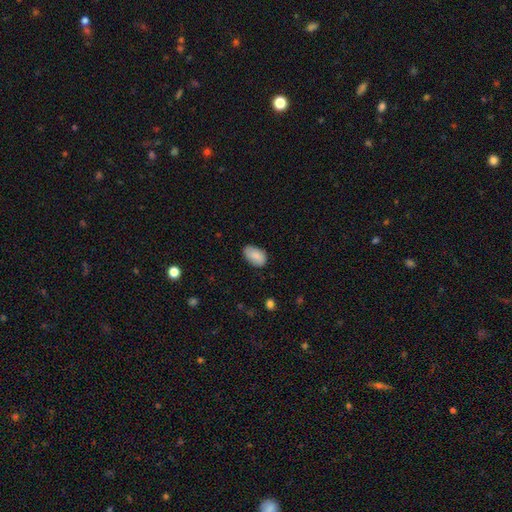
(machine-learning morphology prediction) Smooth or featured?
  - smooth: 85% *
  - featured or disk: 8%
  - star or artifact: 7%
How rounded?
  - in between: 93% *
  - round: 5%
  - cigar-shaped: 1%
Merging?
  - none: 76% *
  - minor disturbance: 19%
  - major disturbance: 3%
  - merger: 1%